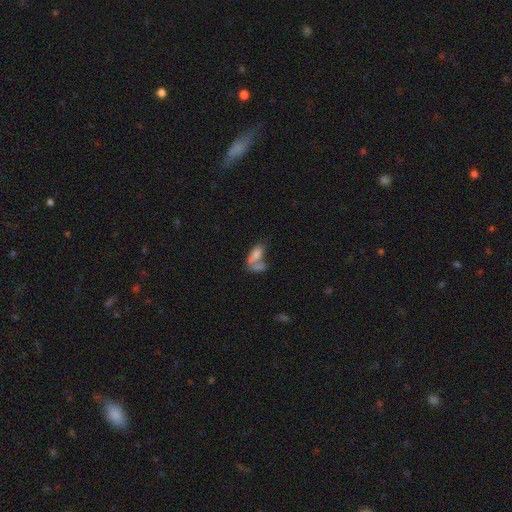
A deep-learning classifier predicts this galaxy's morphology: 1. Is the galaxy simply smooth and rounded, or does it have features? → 70% smooth, 20% featured or disk, 10% star or artifact.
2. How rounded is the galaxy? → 85% in between, 8% cigar-shaped, 7% round.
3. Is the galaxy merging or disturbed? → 57% merger, 20% none, 13% major disturbance, 10% minor disturbance.